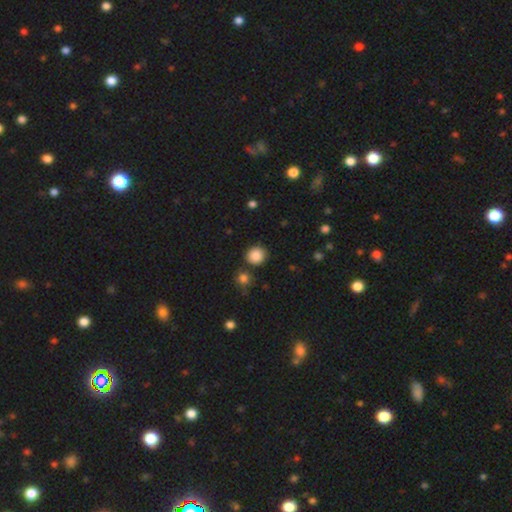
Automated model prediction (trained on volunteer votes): A smooth galaxy with no disk features (87%) that is round (87%). Merging: none (84%).